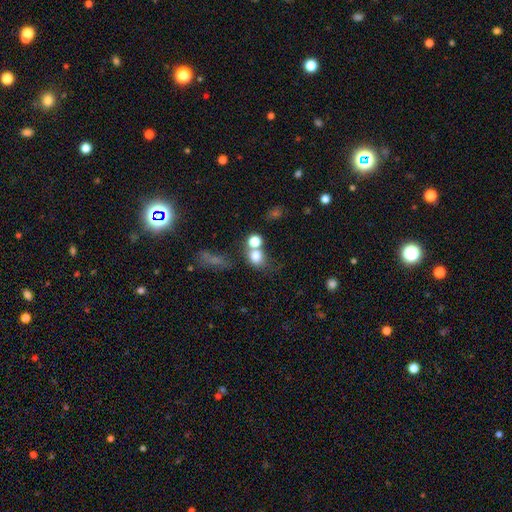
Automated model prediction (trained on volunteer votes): This is likely a smooth galaxy (74%). How rounded: likely round (66%). Merging: marginally none (43%).